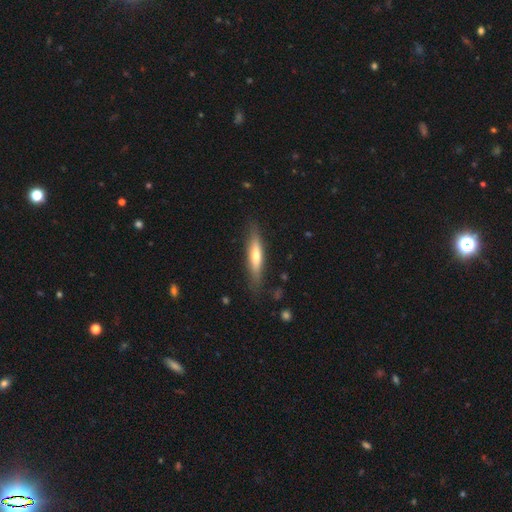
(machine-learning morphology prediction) The model was most divided on "smooth or featured": smooth: 49%, featured or disk: 45%, star or artifact: 6%. More confident: merging — none (83%).